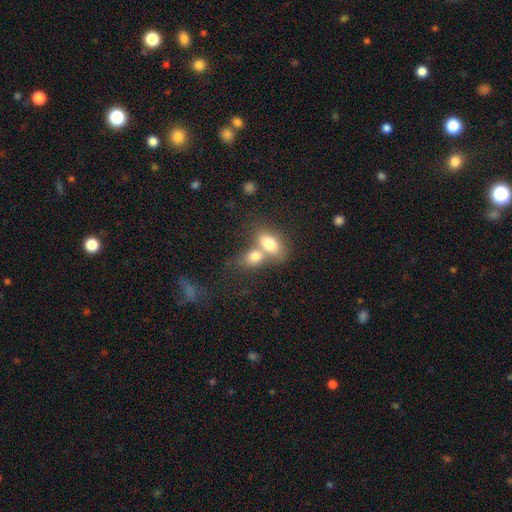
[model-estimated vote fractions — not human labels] Smooth or featured?
  - smooth: 62% *
  - featured or disk: 21%
  - star or artifact: 16%
How rounded?
  - in between: 72% *
  - round: 20%
  - cigar-shaped: 8%
Merging?
  - merger: 57% *
  - none: 29%
  - minor disturbance: 8%
  - major disturbance: 5%